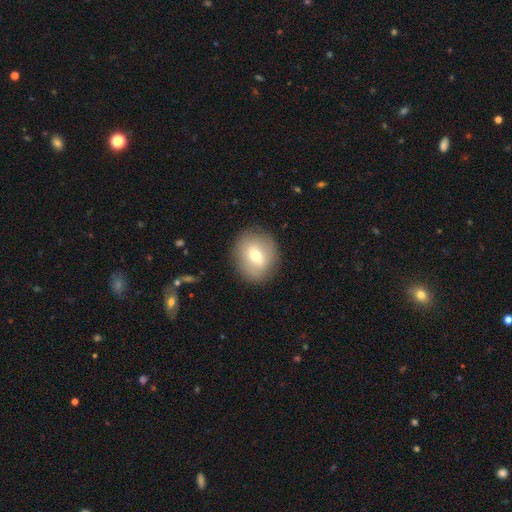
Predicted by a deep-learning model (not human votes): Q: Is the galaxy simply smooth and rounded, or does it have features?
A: smooth — 62%.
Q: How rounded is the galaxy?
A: round — 68%.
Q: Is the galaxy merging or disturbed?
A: none — 86%.